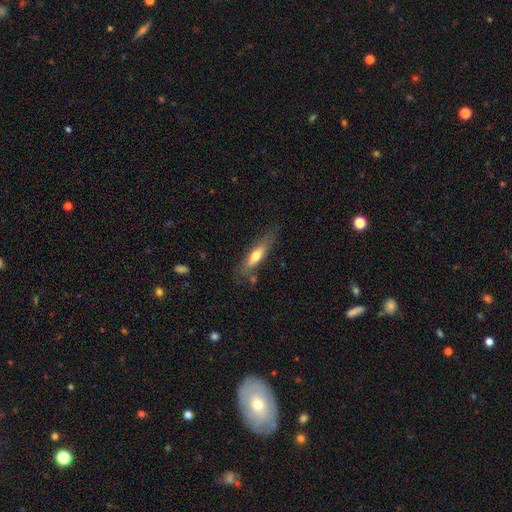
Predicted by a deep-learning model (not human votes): This appears to be a smooth galaxy with no disk features (56%) that is cigar-shaped (68%). Merging: none (69%).